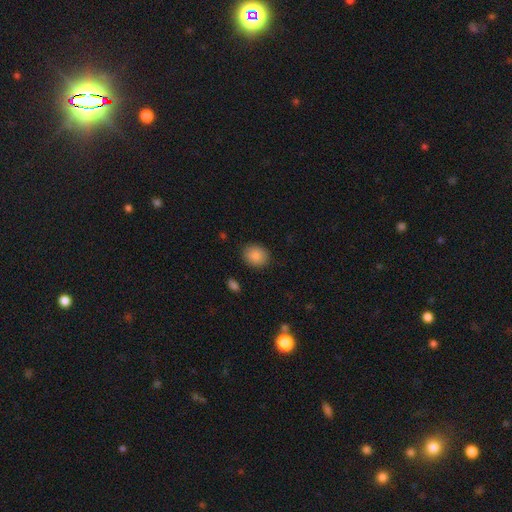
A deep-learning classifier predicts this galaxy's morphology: Smooth or featured?
  - smooth: 87% *
  - star or artifact: 8%
  - featured or disk: 5%
How rounded?
  - round: 54% *
  - in between: 45%
  - cigar-shaped: 1%
Merging?
  - none: 86% *
  - minor disturbance: 10%
  - major disturbance: 3%
  - merger: 1%